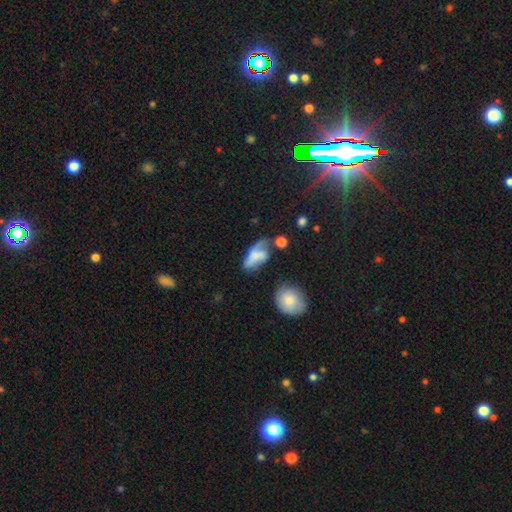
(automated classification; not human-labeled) A smooth galaxy with no disk features (50%) that is in between round and cigar-shaped (85%).

Vote fractions:
- Smooth or featured? smooth: 50% / featured or disk: 40% / star or artifact: 9%
- How rounded? in between: 85% / cigar-shaped: 9% / round: 6%
- Merging? none: 34% / minor disturbance: 29% / major disturbance: 27% / merger: 10%